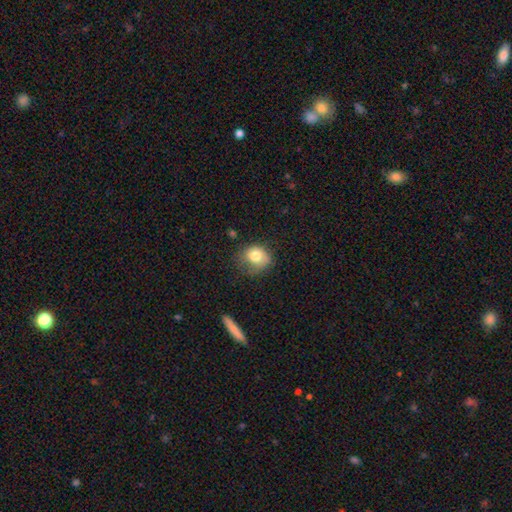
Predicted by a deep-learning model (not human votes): smooth 76%, featured or disk 15%, star or artifact 9%. Down the decision tree: how rounded — round (68%); merging — none (44%).